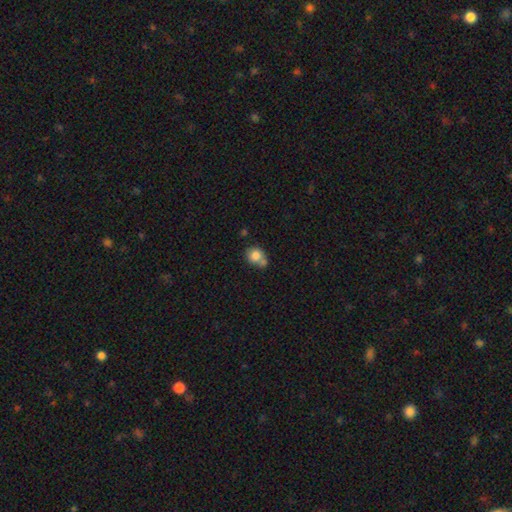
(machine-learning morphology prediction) smooth-or-featured: smooth: 80% | featured or disk: 10% | star or artifact: 10%
  how-rounded: round: 72% | in between: 27% | cigar-shaped: 1%
  merging: none: 41% | merger: 37% | minor disturbance: 16% | major disturbance: 6%